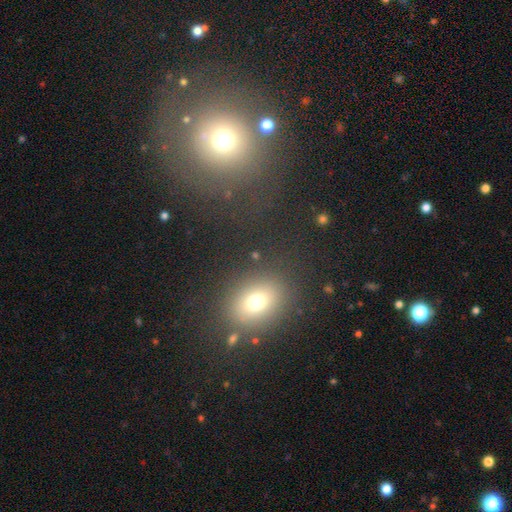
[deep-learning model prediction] A smooth galaxy with no disk features (69%) that is in between round and cigar-shaped (55%).

Vote fractions:
- Smooth or featured? smooth: 69% / star or artifact: 18% / featured or disk: 12%
- How rounded? in between: 55% / round: 42% / cigar-shaped: 2%
- Merging? none: 82% / minor disturbance: 9% / major disturbance: 4% / merger: 4%